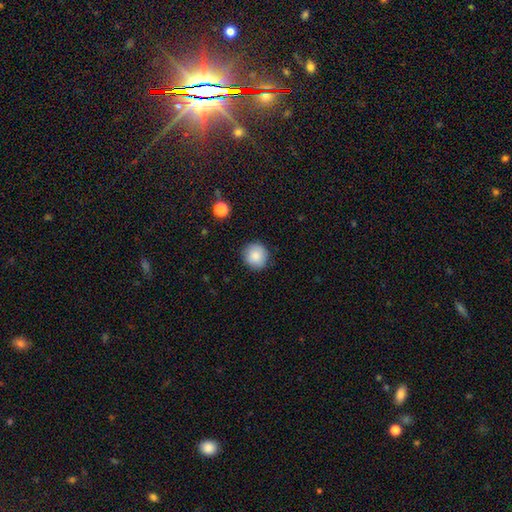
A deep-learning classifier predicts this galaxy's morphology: This appears to be a smooth galaxy with no disk features (86%) that is round (91%). Merging: none (88%).